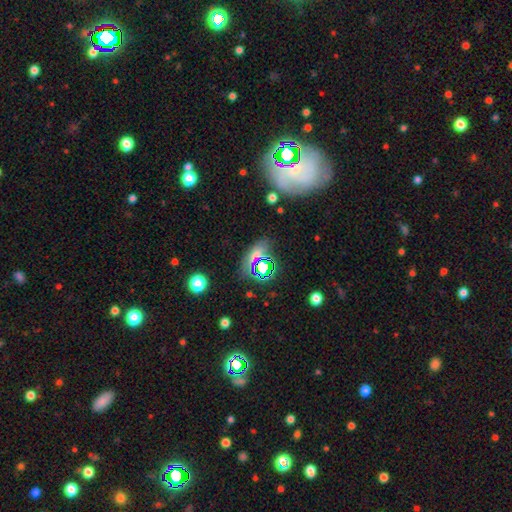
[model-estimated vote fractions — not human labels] Morphology: type=star or artifact (43%).